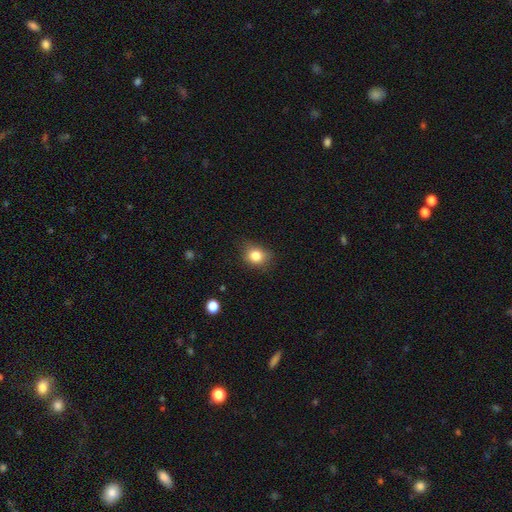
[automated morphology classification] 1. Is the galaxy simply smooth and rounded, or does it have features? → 83% smooth, 11% star or artifact, 7% featured or disk.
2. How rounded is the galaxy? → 63% round, 36% in between, 1% cigar-shaped.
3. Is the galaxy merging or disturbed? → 75% none, 20% minor disturbance, 4% major disturbance, 1% merger.